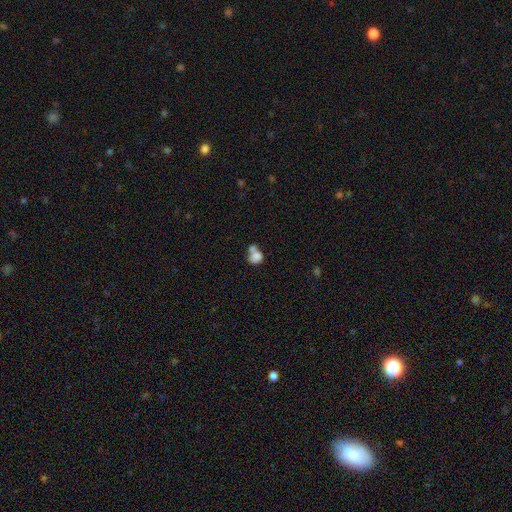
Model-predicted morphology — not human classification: This appears to be a smooth galaxy with no disk features (80%) that is round (61%). Merging: merger (57%).